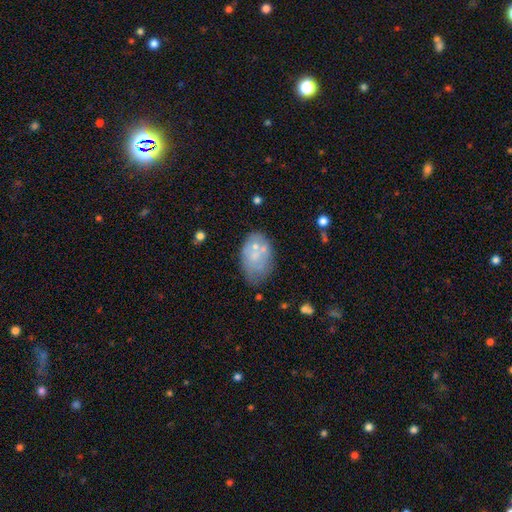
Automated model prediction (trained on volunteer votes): Smooth or featured? Predicted: smooth (p=0.54). How rounded? Predicted: in between (p=0.89). Merging? Predicted: none (p=0.48).